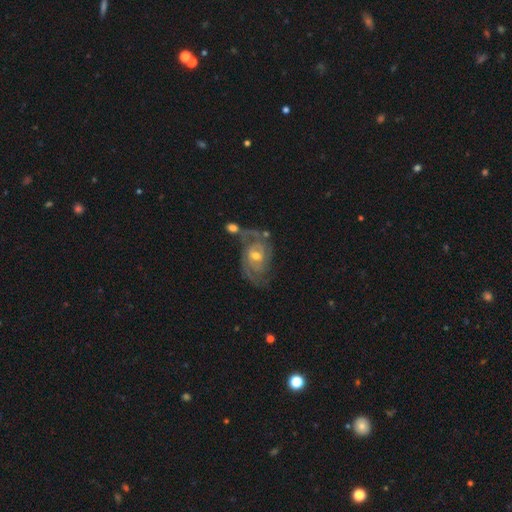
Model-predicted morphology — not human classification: A featured or disk galaxy (87%) with no bar (53%), 2 (67%) tight (49%) spiral arms (95%) and a moderate central bulge (59%). Merging: none (52%).